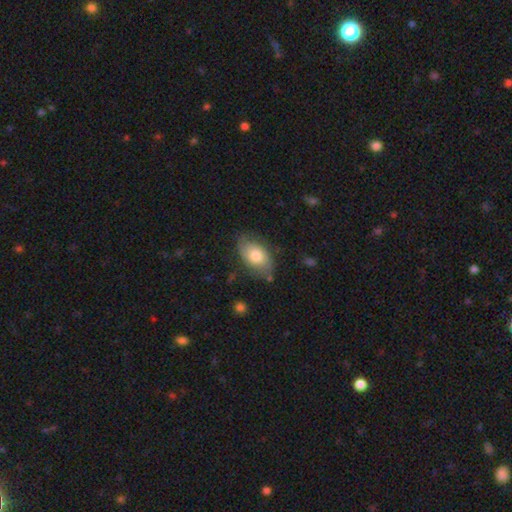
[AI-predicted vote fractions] smooth_or_featured: smooth (p=0.67) [alt: featured or disk p=0.26]
how_rounded: in between (p=0.92) [alt: round p=0.07]
merging: none (p=0.69) [alt: minor disturbance p=0.23]